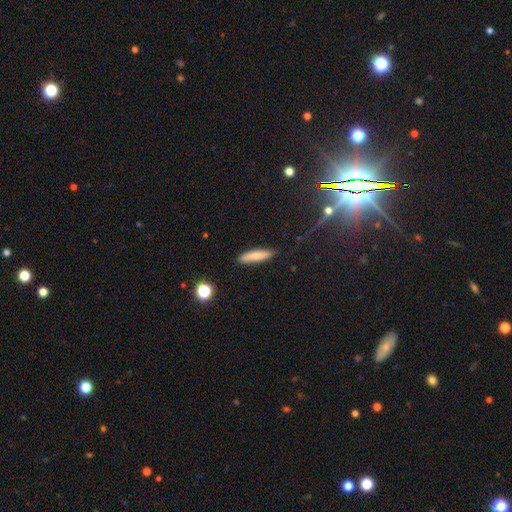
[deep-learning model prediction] Smooth or featured? Predicted: smooth (p=0.75). How rounded? Predicted: cigar-shaped (p=0.81). Merging? Predicted: none (p=0.85).